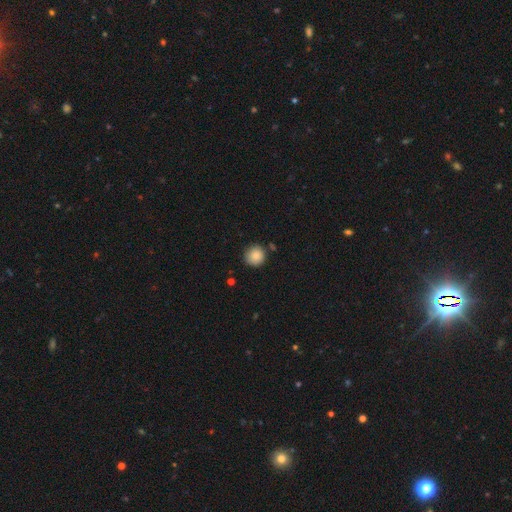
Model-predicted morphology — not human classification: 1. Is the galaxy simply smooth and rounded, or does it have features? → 86% smooth, 9% star or artifact, 6% featured or disk.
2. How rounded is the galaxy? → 94% round, 5% in between, 1% cigar-shaped.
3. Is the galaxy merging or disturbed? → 84% none, 11% minor disturbance, 3% merger, 2% major disturbance.